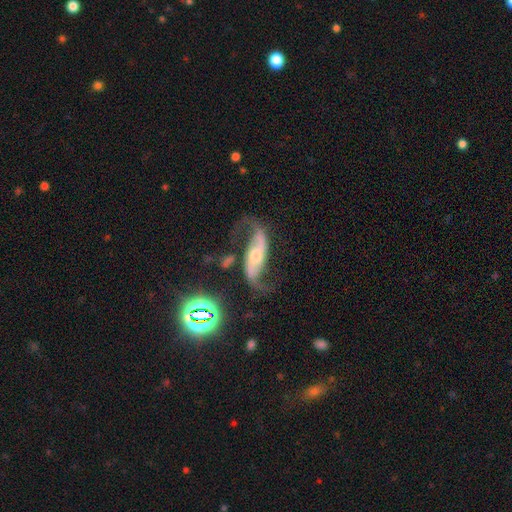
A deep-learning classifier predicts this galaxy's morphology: smooth-or-featured: featured or disk: 85% | star or artifact: 9% | smooth: 6%
  disk-edge-on: no: 91% | yes: 9%
    bar: strong: 36% (tied) | no: 36% (tied) | weak: 28%
    has-spiral-arms: yes: 96% | no: 4%
      spiral-winding: loose: 69% | medium: 24% | tight: 7%
      spiral-arm-count: 2: 92% | 1: 3% | can't tell: 2% | 3: 1% | 4: 1% | more than 4: 1%
    bulge-size: moderate: 49% | small: 43% | large: 5% | none: 2% | dominant: 2%
  merging: none: 67% | minor disturbance: 16% | major disturbance: 13% | merger: 4%